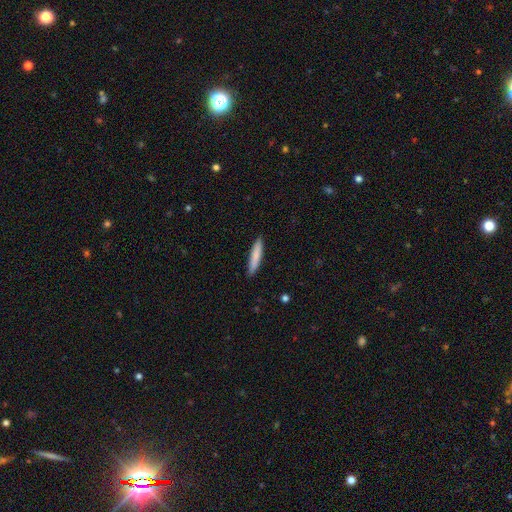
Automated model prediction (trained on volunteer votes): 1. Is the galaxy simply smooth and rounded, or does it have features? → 82% smooth, 13% featured or disk, 5% star or artifact.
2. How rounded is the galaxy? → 90% cigar-shaped, 9% in between, 1% round.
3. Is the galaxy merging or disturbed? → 90% none, 7% minor disturbance, 1% major disturbance, 1% merger.